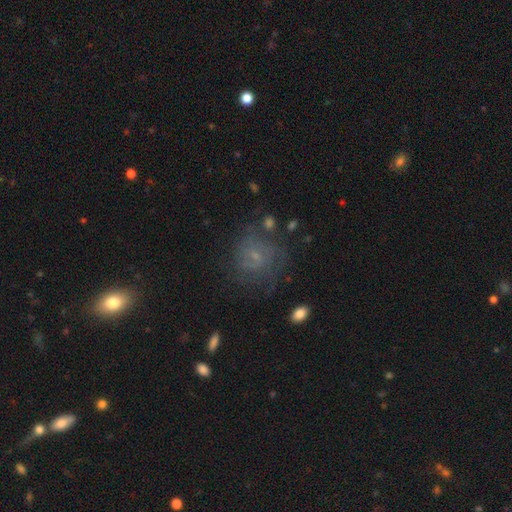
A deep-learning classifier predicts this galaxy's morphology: A featured or disk galaxy (44%).

Vote fractions:
- Smooth or featured? featured or disk: 44% / smooth: 36% / star or artifact: 20%
- Merging? none: 64% / minor disturbance: 18% / major disturbance: 14% / merger: 3%